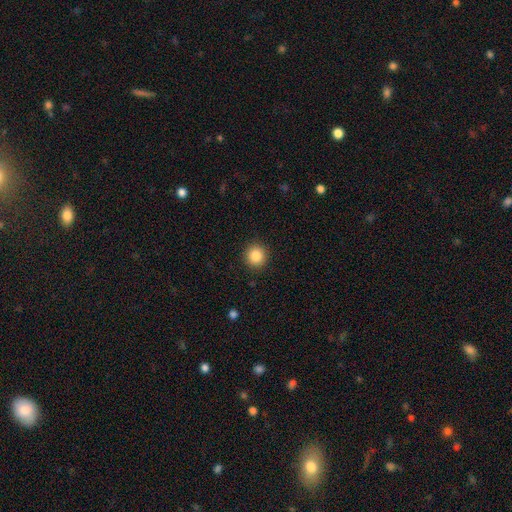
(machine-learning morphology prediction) smooth_or_featured: smooth (p=0.85) [alt: star or artifact p=0.10]
how_rounded: round (p=0.93) [alt: in between p=0.06]
merging: none (p=0.92) [alt: minor disturbance p=0.05]